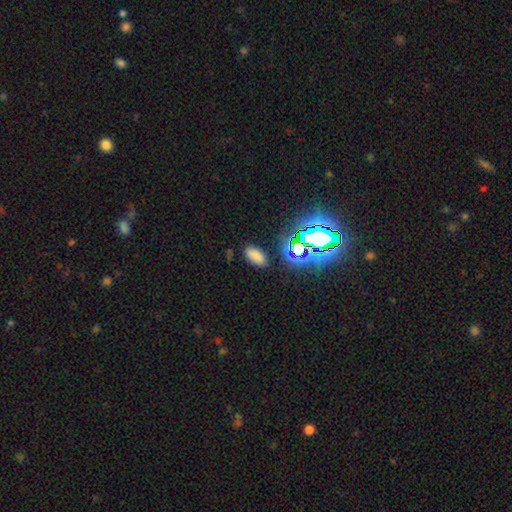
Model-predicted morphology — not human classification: Overall: smooth (74%). How rounded: in between (92%). Merging: none (87%).